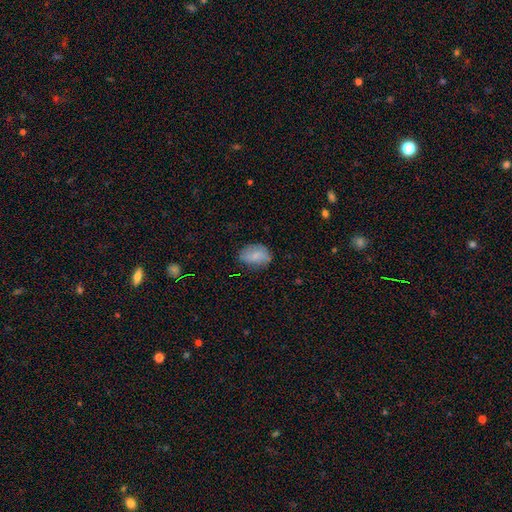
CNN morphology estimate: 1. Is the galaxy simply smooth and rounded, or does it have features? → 80% smooth, 13% featured or disk, 7% star or artifact.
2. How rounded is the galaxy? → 84% in between, 14% round, 1% cigar-shaped.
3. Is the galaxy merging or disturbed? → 71% none, 23% minor disturbance, 5% major disturbance, 1% merger.